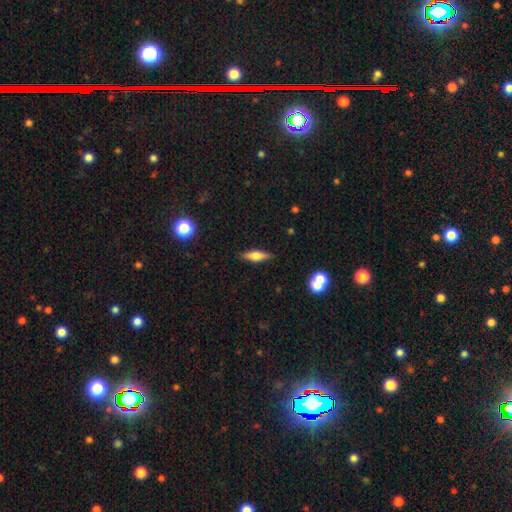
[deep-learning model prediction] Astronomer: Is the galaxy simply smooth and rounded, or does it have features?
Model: smooth — 54% (runner-up: featured or disk, 38%).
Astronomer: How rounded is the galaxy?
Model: cigar-shaped — 53% (runner-up: in between, 44%).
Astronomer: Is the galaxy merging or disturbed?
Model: none — 87%.